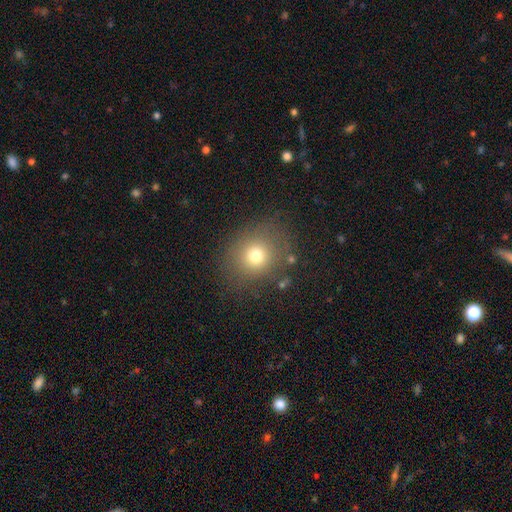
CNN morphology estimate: A smooth galaxy with no disk features (73%) that is round (71%). Merging: none (79%).